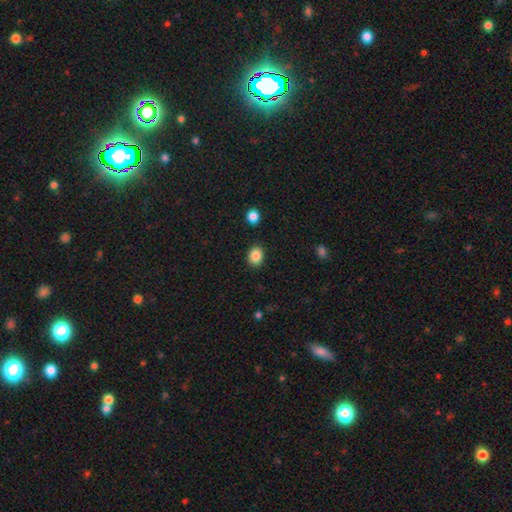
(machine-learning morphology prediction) Overall: smooth (86%). How rounded: in between (52%; round 47%). Merging: none (87%).